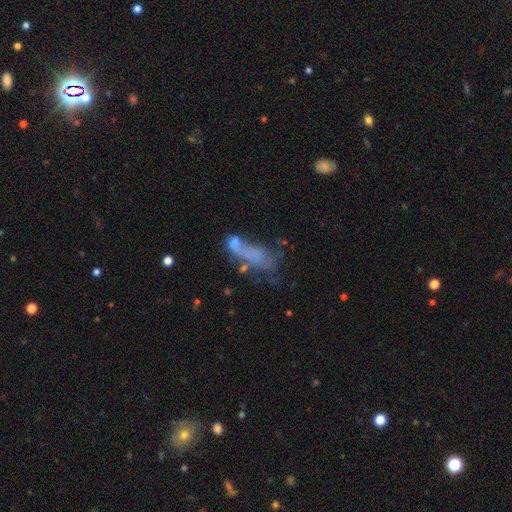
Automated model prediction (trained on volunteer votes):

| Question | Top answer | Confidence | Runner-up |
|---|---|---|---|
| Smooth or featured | smooth | 51% | featured or disk (37%) |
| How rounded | in between | 69% | cigar-shaped (24%) |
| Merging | major disturbance | 41% | merger (25%) |